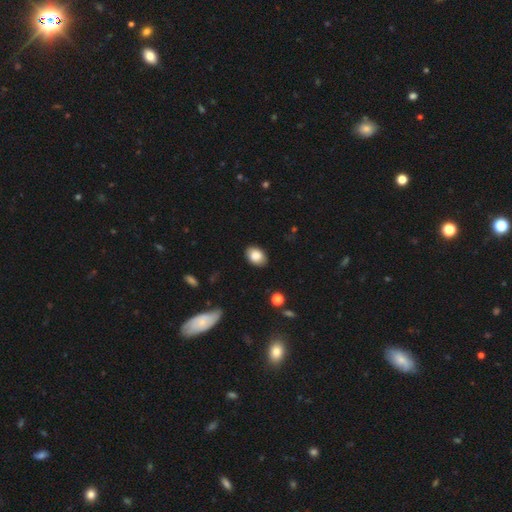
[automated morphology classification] Smooth or featured: smooth — 85% (star or artifact — 8%)
How rounded: in between — 79% (round — 20%)
Merging: none — 86% (minor disturbance — 11%)